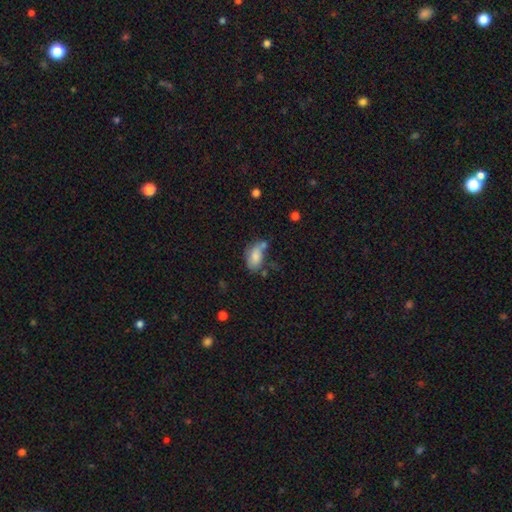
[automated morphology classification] Smooth or featured: smooth — 77% (featured or disk — 14%)
How rounded: in between — 91% (round — 5%)
Merging: none — 40% (minor disturbance — 24%)